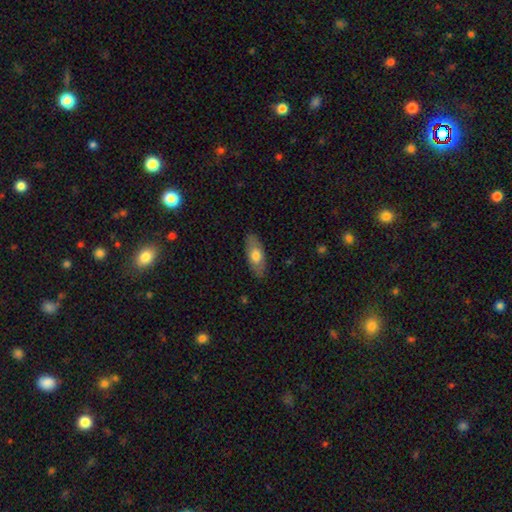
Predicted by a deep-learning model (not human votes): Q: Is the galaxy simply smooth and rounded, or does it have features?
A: smooth — 66%.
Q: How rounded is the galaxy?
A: in between — 82%.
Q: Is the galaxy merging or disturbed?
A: none — 84%.